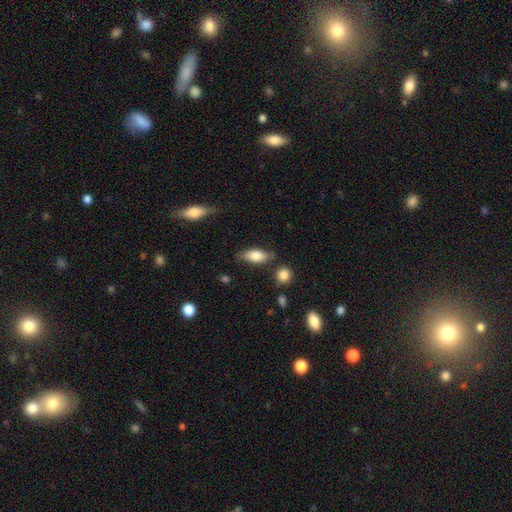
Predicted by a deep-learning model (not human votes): Smooth or featured? smooth (73%)
How rounded? in between (81%)
Merging? none (70%)